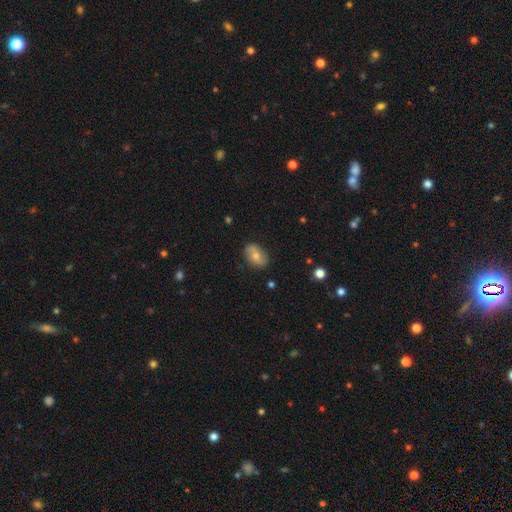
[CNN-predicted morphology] type=smooth (64%); roundness=in between (85%); merging=none (83%).